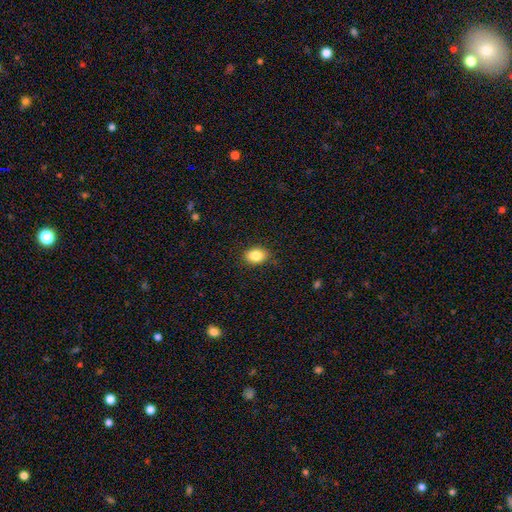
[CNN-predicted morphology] smooth 85%, star or artifact 8%, featured or disk 7%. Down the decision tree: how rounded — in between (72%); merging — none (86%).